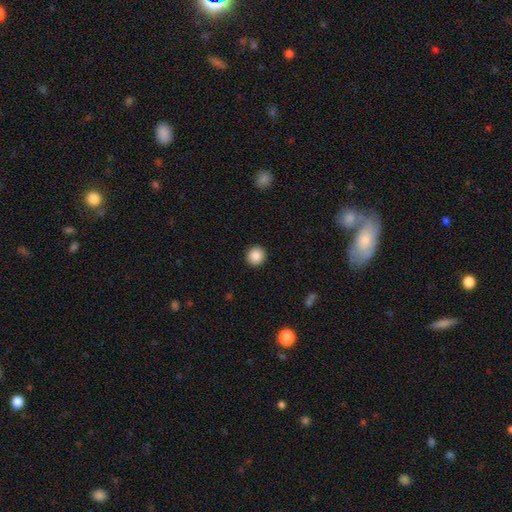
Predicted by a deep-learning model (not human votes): smooth-or-featured: smooth: 88% | star or artifact: 9% | featured or disk: 3%
  how-rounded: round: 93% | in between: 6% | cigar-shaped: 1%
  merging: none: 93% | minor disturbance: 5% | major disturbance: 2% | merger: 1%